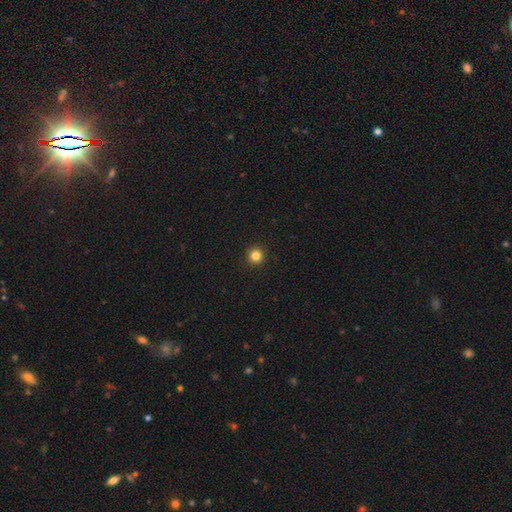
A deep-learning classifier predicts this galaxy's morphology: type=smooth (82%); roundness=round (96%); merging=none (94%).